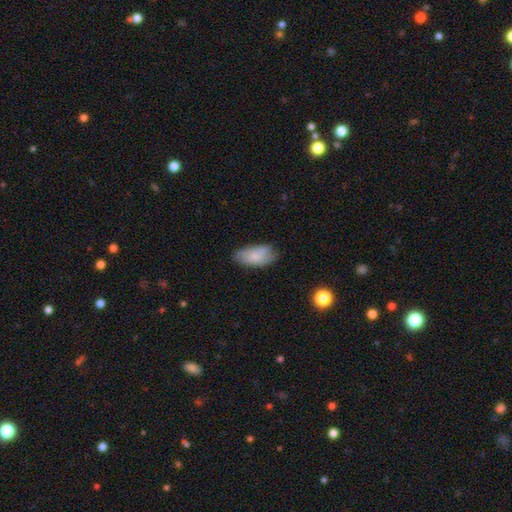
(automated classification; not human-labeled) Smooth or featured? Predicted: smooth (p=0.77). How rounded? Predicted: in between (p=0.92). Merging? Predicted: none (p=0.71).